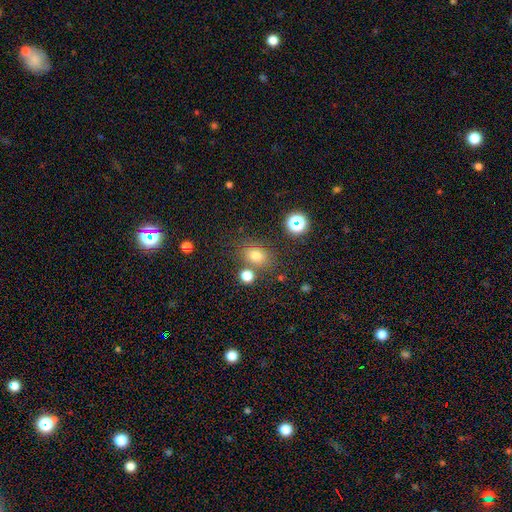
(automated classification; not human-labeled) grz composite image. It shows a smooth galaxy with no disk features (70%) that is in between round and cigar-shaped (53%). Merging: none (69%).